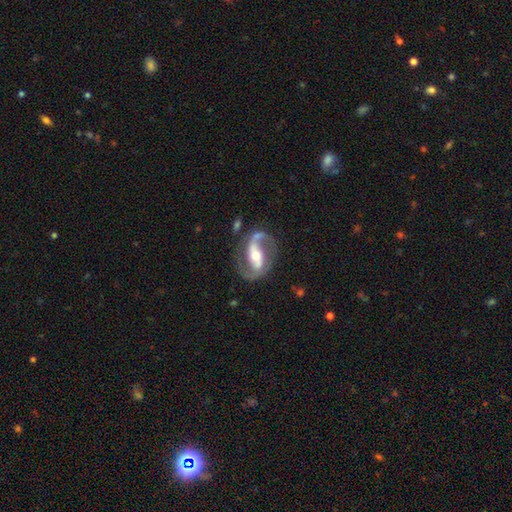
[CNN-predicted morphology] Smooth or featured? featured or disk (88%)
Edge-on disk? no (96%)
Bar? strong (53%)
Spiral arms? yes (94%)
Spiral winding? medium (52%)
Spiral arm count? 2 (91%)
Bulge size? moderate (65%)
Merging? none (75%)